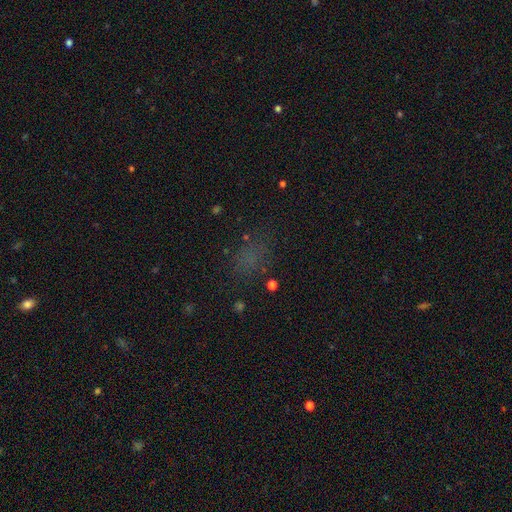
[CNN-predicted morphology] Smooth or featured? smooth (54%)
How rounded? in between (58%)
Merging? none (67%)